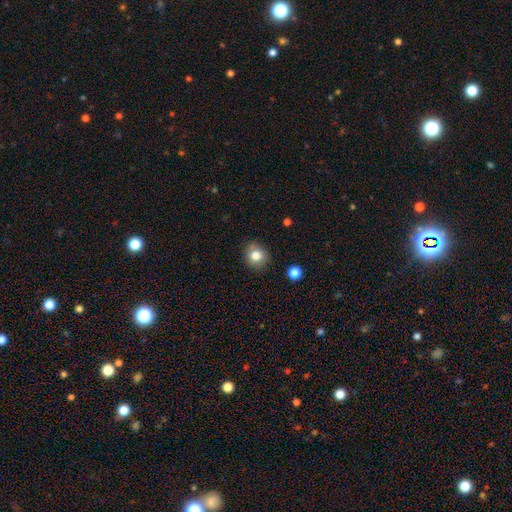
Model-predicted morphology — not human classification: Q: Smooth or featured?
A: smooth (81%); runner-up: star or artifact (11%)
Q: How rounded?
A: round (77%); runner-up: in between (22%)
Q: Merging?
A: none (83%); runner-up: minor disturbance (12%)